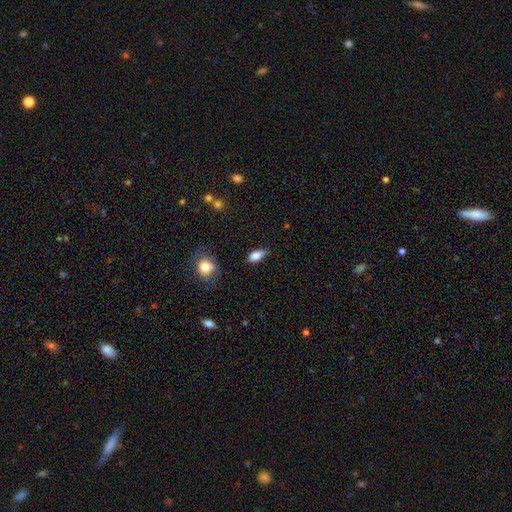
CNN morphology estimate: A smooth galaxy with no disk features (80%) that is in between round and cigar-shaped (85%). Merging: none (68%).